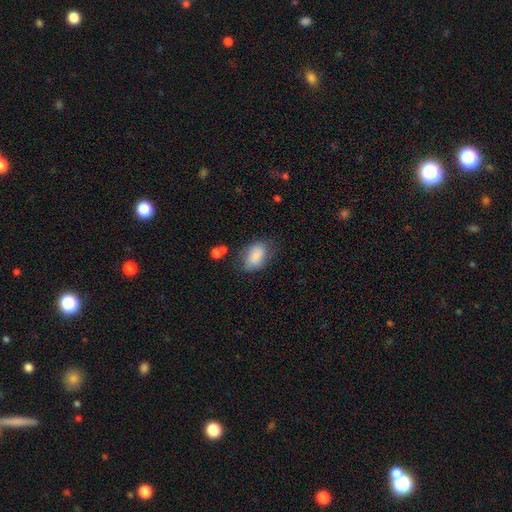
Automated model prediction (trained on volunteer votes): Morphology: type=smooth (83%); roundness=in between (90%); merging=none (63%).